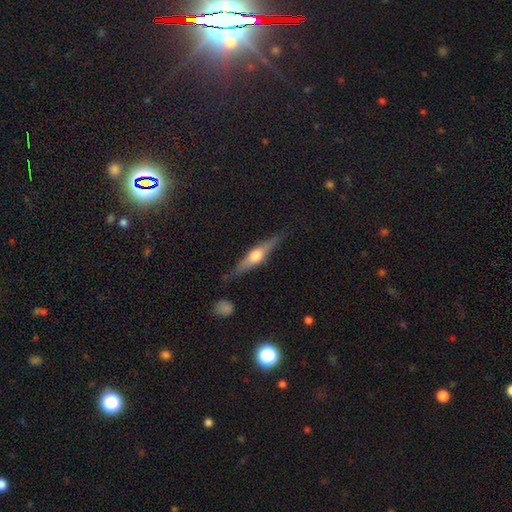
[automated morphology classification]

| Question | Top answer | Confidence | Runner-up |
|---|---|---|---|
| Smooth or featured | featured or disk | 65% | smooth (29%) |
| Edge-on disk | yes | 95% | no (5%) |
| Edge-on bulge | rounded | 93% | boxy (5%) |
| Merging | none | 81% | minor disturbance (14%) |